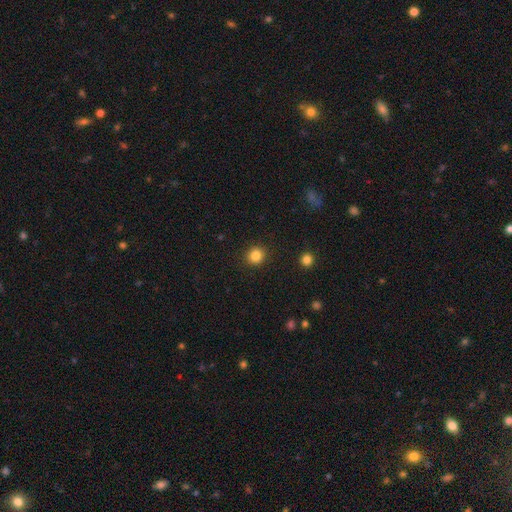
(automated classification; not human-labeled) smooth_or_featured: smooth (p=0.84) [alt: star or artifact p=0.11]
how_rounded: round (p=0.90) [alt: in between p=0.10]
merging: none (p=0.91) [alt: minor disturbance p=0.05]